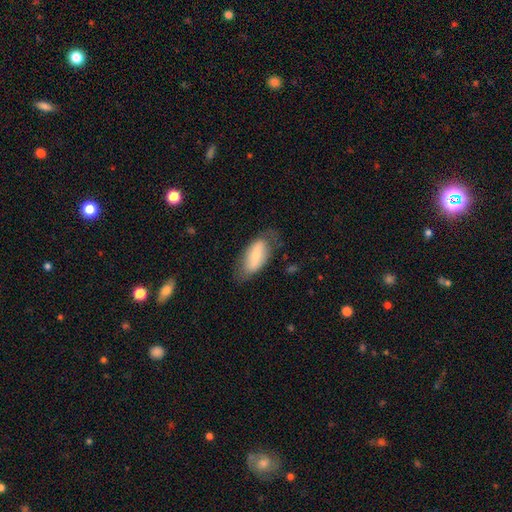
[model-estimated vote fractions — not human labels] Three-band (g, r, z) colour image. It shows a smooth galaxy with no disk features (63%) that is in between round and cigar-shaped (88%). Merging: none (62%).